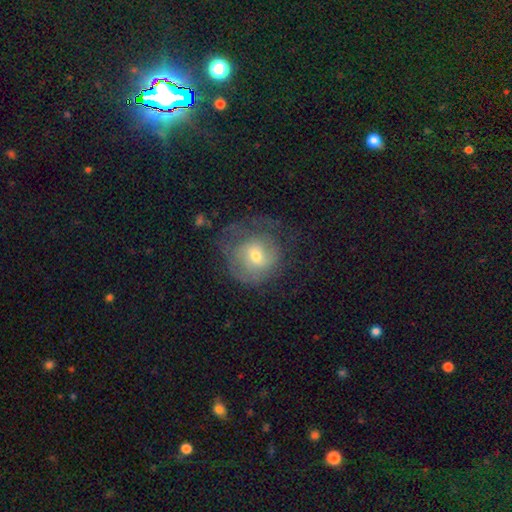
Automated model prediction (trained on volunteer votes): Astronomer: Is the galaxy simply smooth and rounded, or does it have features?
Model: featured or disk — 51% (runner-up: smooth, 41%).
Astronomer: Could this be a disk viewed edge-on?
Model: no — 96%.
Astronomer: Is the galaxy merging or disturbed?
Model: none — 48% (runner-up: major disturbance, 27%).